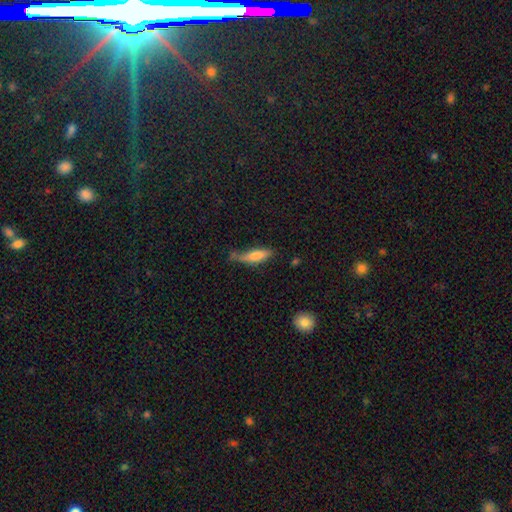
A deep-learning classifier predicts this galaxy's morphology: smooth-or-featured: smooth: 73% | featured or disk: 21% | star or artifact: 7%
  how-rounded: cigar-shaped: 59% | in between: 39% | round: 2%
  merging: none: 51% | minor disturbance: 31% | major disturbance: 10% | merger: 7%